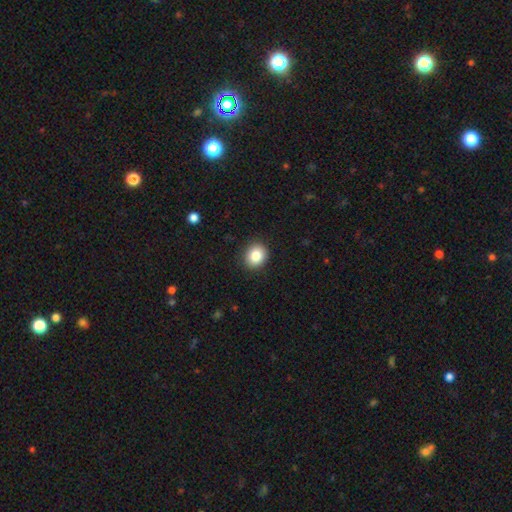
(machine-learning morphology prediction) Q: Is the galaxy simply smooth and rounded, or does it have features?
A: smooth — 85%.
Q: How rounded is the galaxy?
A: round — 72%.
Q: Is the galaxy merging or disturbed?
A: none — 91%.